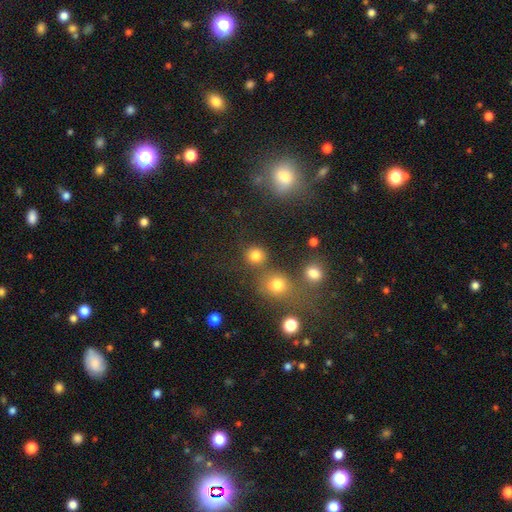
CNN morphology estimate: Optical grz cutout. It shows a smooth galaxy with no disk features (79%) that is round (89%). Merging: none (73%).